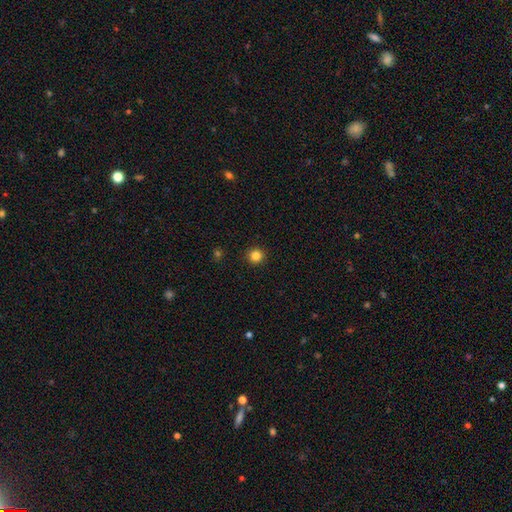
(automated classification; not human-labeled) Overall: smooth (84%). How rounded: round (95%). Merging: none (93%).